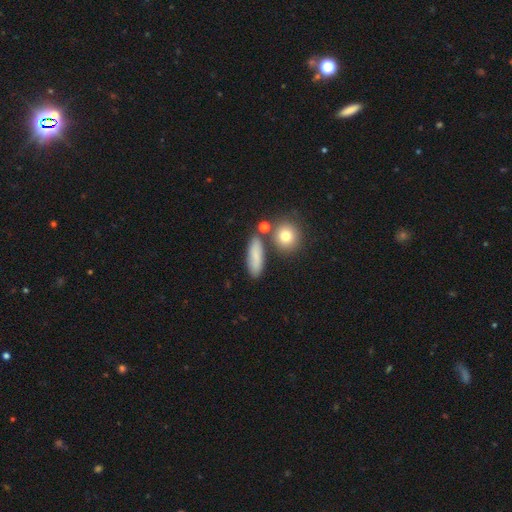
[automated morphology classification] A smooth galaxy with no disk features (80%) that is in between round and cigar-shaped (48%).

Vote fractions:
- Smooth or featured? smooth: 80% / featured or disk: 11% / star or artifact: 9%
- How rounded? in between: 48% / cigar-shaped: 43% / round: 8%
- Merging? none: 76% / minor disturbance: 12% / merger: 8% / major disturbance: 4%